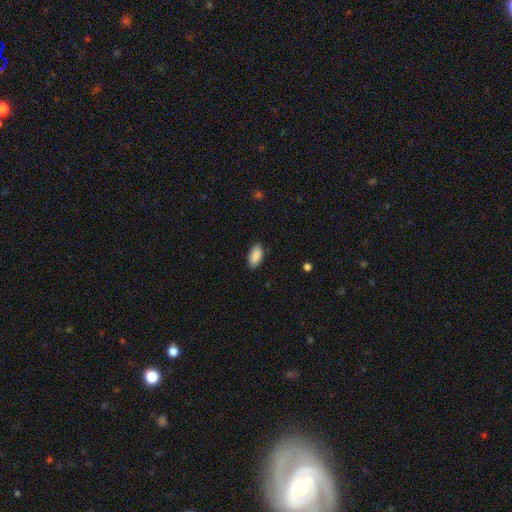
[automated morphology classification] Smooth or featured?
  - smooth: 90% *
  - star or artifact: 6%
  - featured or disk: 3%
How rounded?
  - in between: 93% *
  - cigar-shaped: 5%
  - round: 2%
Merging?
  - none: 87% *
  - minor disturbance: 10%
  - major disturbance: 2%
  - merger: 1%